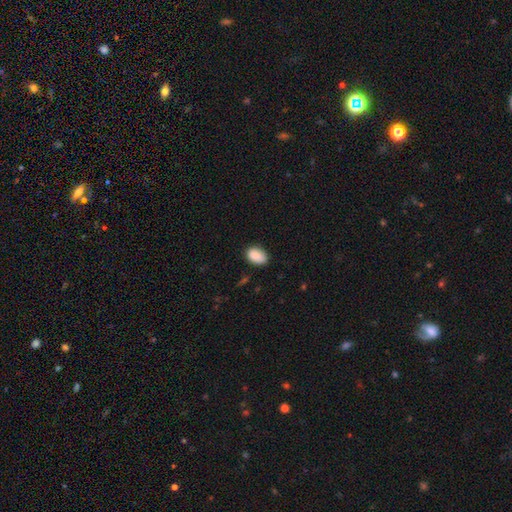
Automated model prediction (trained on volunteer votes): Smooth or featured?
  - smooth: 88% *
  - star or artifact: 7%
  - featured or disk: 5%
How rounded?
  - in between: 86% *
  - round: 13%
  - cigar-shaped: 1%
Merging?
  - none: 78% *
  - minor disturbance: 18%
  - major disturbance: 3%
  - merger: 1%